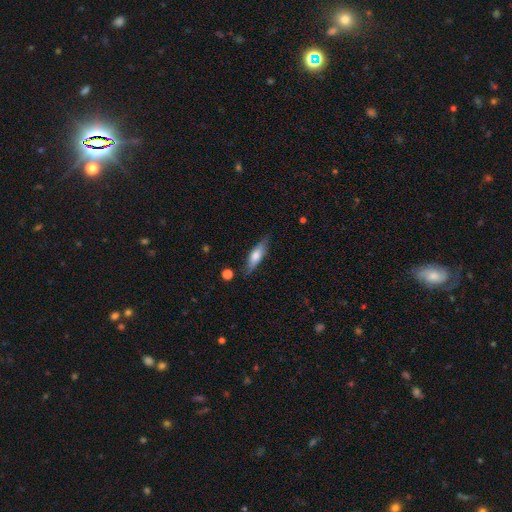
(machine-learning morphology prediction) Overall: smooth (60%; featured or disk 34%). How rounded: cigar-shaped (59%; in between 39%). Merging: none (79%).